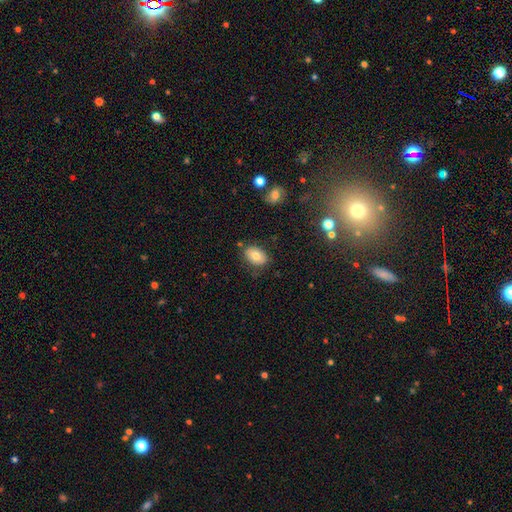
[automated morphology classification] A smooth galaxy with no disk features (78%) that is in between round and cigar-shaped (84%).

Vote fractions:
- Smooth or featured? smooth: 78% / featured or disk: 13% / star or artifact: 9%
- How rounded? in between: 84% / round: 14% / cigar-shaped: 1%
- Merging? none: 79% / minor disturbance: 15% / major disturbance: 4% / merger: 3%